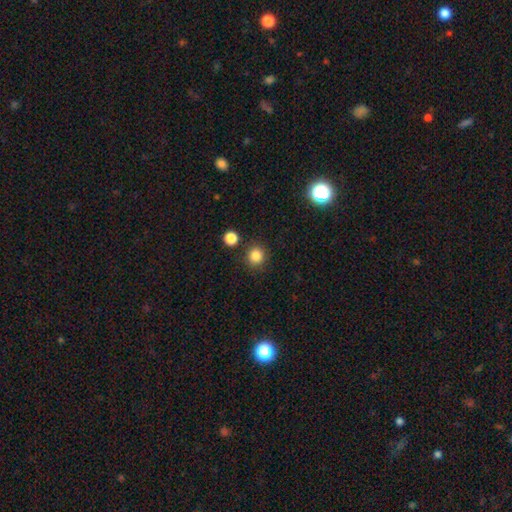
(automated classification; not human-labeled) Smooth or featured? Predicted: smooth (p=0.84). How rounded? Predicted: round (p=0.92). Merging? Predicted: none (p=0.87).